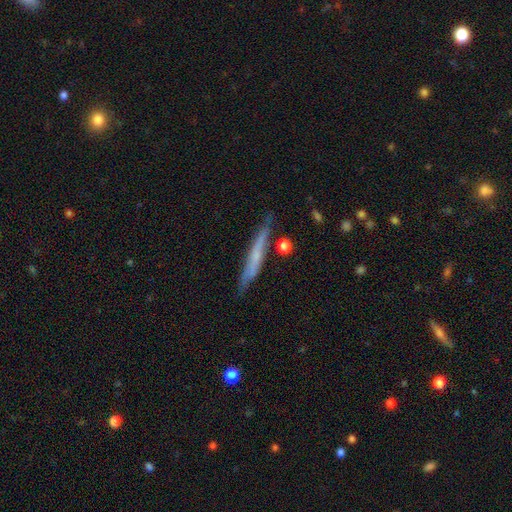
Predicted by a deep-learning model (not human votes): smooth_or_featured: featured or disk (p=0.49) [alt: smooth p=0.45]
merging: none (p=0.76) [alt: minor disturbance p=0.17]